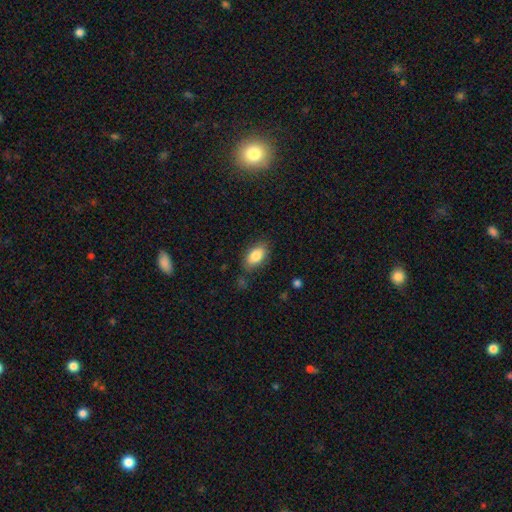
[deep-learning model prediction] Morphology: type=smooth (84%); roundness=in between (91%); merging=none (76%).